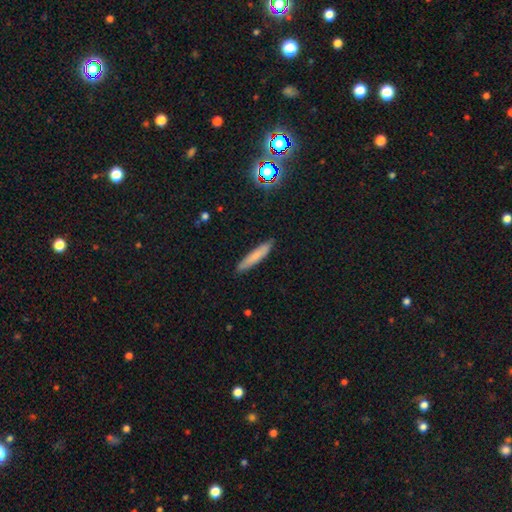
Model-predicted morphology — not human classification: Smooth or featured? smooth (73%)
How rounded? cigar-shaped (90%)
Merging? none (89%)